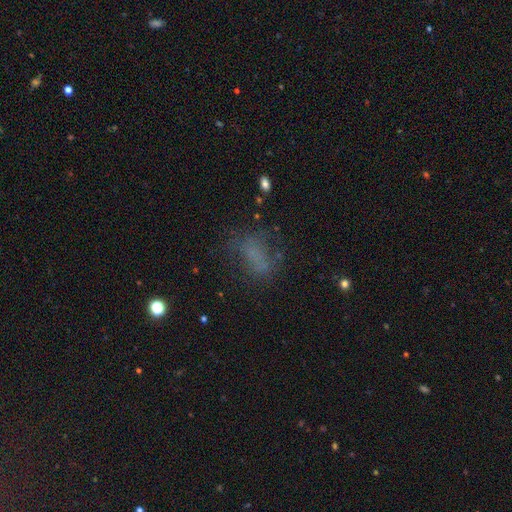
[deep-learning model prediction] smooth-or-featured: smooth: 57% | star or artifact: 23% | featured or disk: 20%
  how-rounded: in between: 76% | round: 14% | cigar-shaped: 9%
  merging: none: 54% | major disturbance: 22% | minor disturbance: 21% | merger: 3%